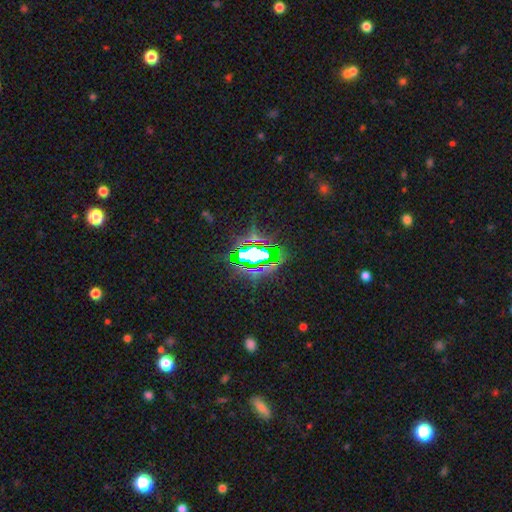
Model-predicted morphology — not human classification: A star or artifact, not a galaxy (69%).

Vote fractions:
- Smooth or featured? star or artifact: 69% / featured or disk: 16% / smooth: 15%